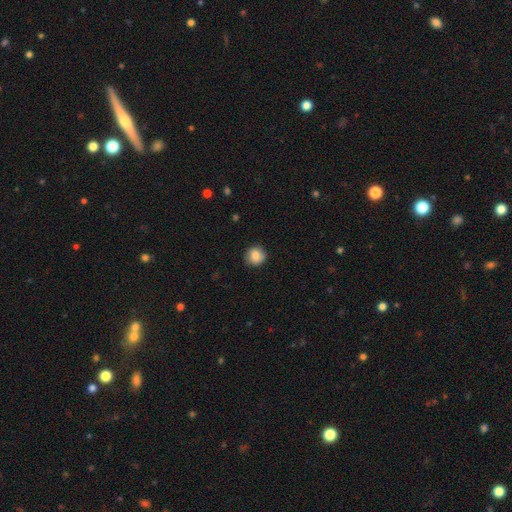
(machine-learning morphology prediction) Overall: smooth (83%). How rounded: round (90%). Merging: none (87%).